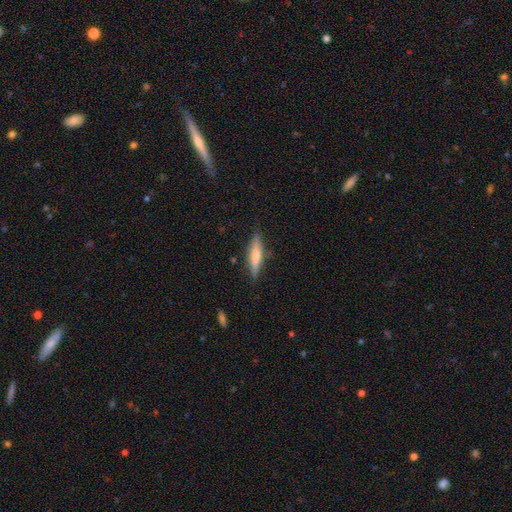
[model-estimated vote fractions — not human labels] The model was most divided on "smooth or featured" (2-way tie): smooth: 47%, featured or disk: 47%, star or artifact: 6%. More confident: merging — none (86%).